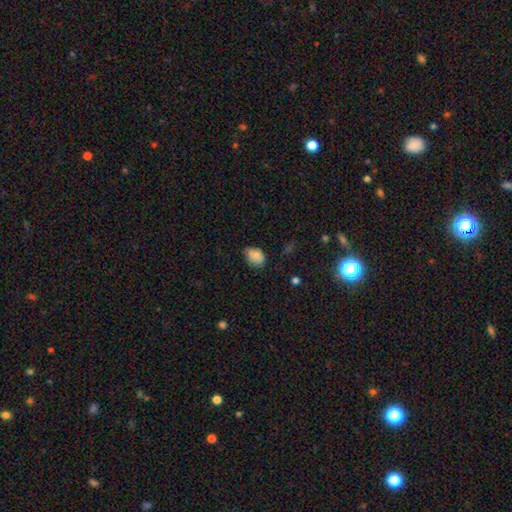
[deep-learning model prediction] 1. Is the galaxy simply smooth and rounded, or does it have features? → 80% smooth, 11% featured or disk, 9% star or artifact.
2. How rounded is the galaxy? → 74% in between, 25% round, 1% cigar-shaped.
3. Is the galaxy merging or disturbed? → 60% none, 32% minor disturbance, 6% major disturbance, 2% merger.